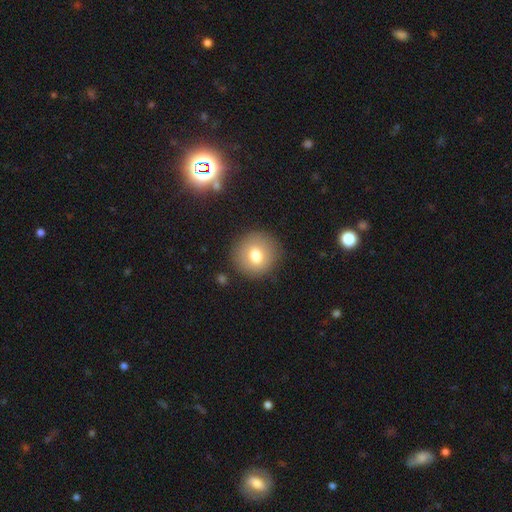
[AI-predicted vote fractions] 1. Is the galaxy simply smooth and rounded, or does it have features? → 75% smooth, 15% featured or disk, 10% star or artifact.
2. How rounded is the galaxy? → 93% round, 6% in between, 1% cigar-shaped.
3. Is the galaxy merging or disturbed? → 88% none, 7% minor disturbance, 3% major disturbance, 2% merger.